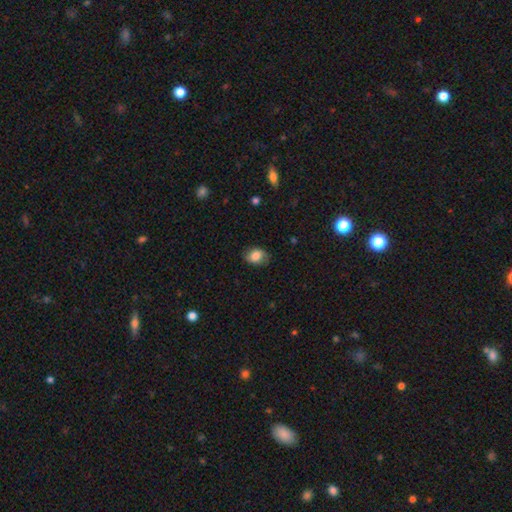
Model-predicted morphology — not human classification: type=smooth (78%); roundness=in between (68%); merging=none (76%).